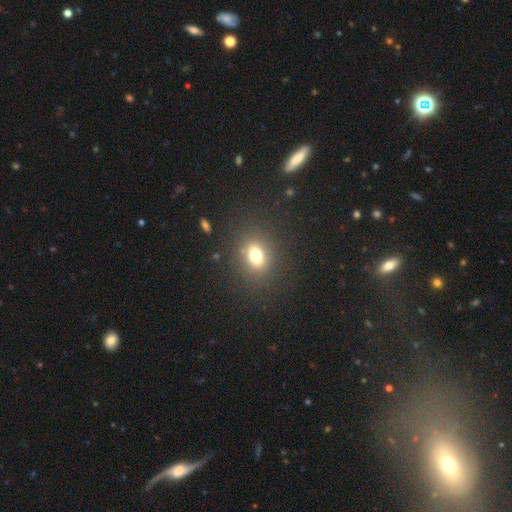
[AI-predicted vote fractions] A smooth galaxy with no disk features (73%) that is in between round and cigar-shaped (59%). Merging: none (84%).